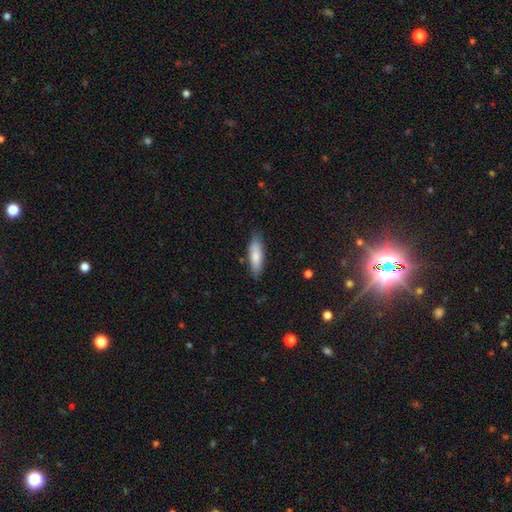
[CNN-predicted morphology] Q: Smooth or featured?
A: smooth (79%); runner-up: featured or disk (15%)
Q: How rounded?
A: cigar-shaped (49%); tied with: in between (49%)
Q: Merging?
A: none (80%); runner-up: minor disturbance (16%)